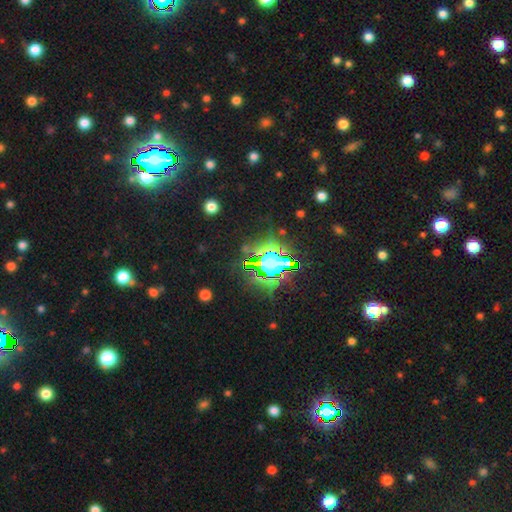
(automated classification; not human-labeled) Q: Smooth or featured?
A: star or artifact (82%); runner-up: smooth (10%)